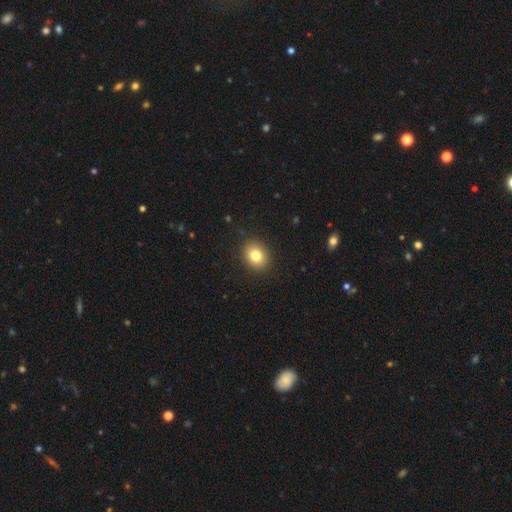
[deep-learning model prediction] A smooth galaxy with no disk features (81%) that is round (61%). Merging: none (90%).